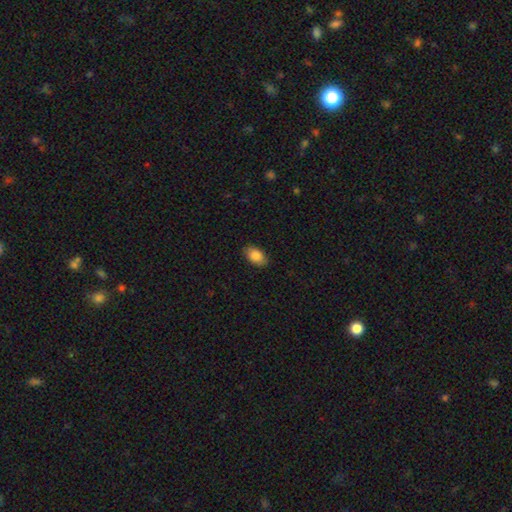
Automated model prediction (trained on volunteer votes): Smooth or featured: smooth — 86% (star or artifact — 7%)
How rounded: in between — 92% (round — 7%)
Merging: none — 87% (minor disturbance — 10%)